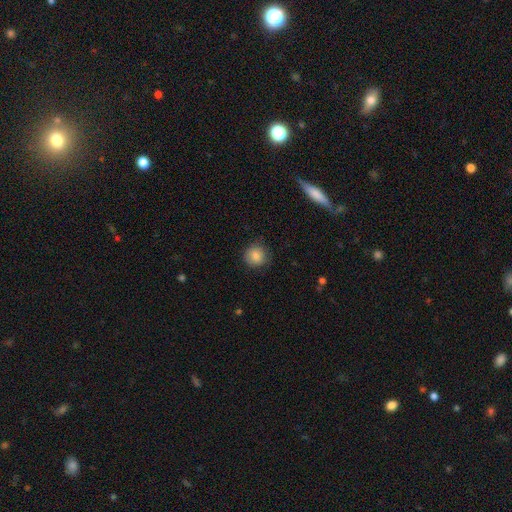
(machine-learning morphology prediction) A smooth galaxy with no disk features (84%) that is round (89%).

Vote fractions:
- Smooth or featured? smooth: 84% / star or artifact: 9% / featured or disk: 7%
- How rounded? round: 89% / in between: 10% / cigar-shaped: 1%
- Merging? none: 84% / minor disturbance: 12% / major disturbance: 3% / merger: 1%